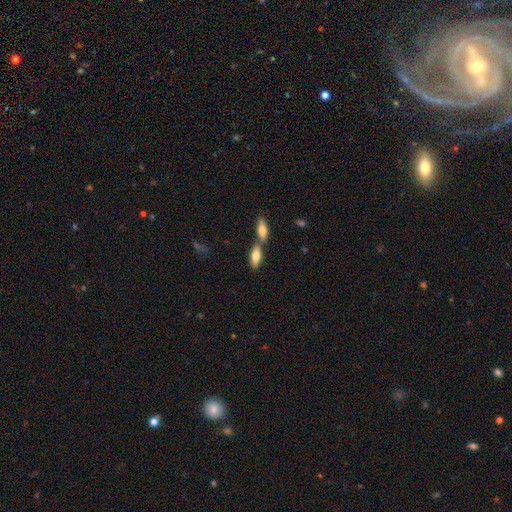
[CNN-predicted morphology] smooth-or-featured: smooth: 71% | featured or disk: 22% | star or artifact: 6%
  how-rounded: in between: 73% | cigar-shaped: 25% | round: 2%
  merging: none: 47% | merger: 41% | minor disturbance: 9% | major disturbance: 3%